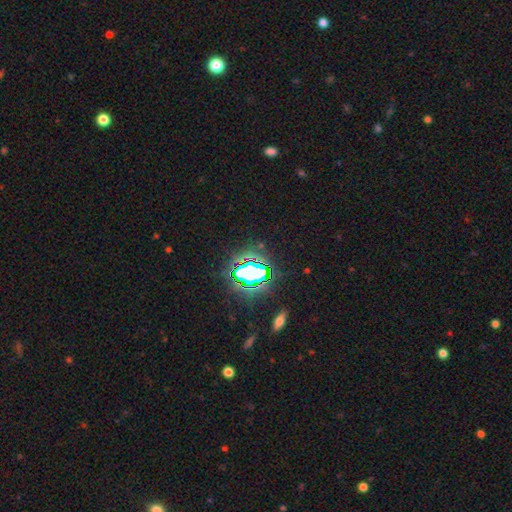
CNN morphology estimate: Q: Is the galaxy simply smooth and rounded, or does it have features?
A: star or artifact — 82%.